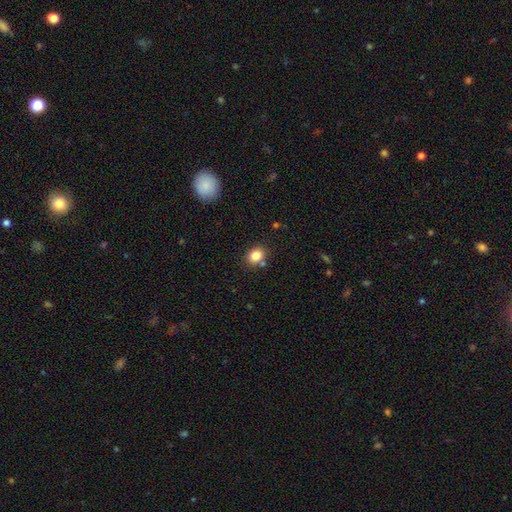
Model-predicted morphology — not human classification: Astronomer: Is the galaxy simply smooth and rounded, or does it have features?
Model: smooth — 84%.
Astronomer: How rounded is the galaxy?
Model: round — 53% (runner-up: in between, 46%).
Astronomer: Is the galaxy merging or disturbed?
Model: none — 77%.